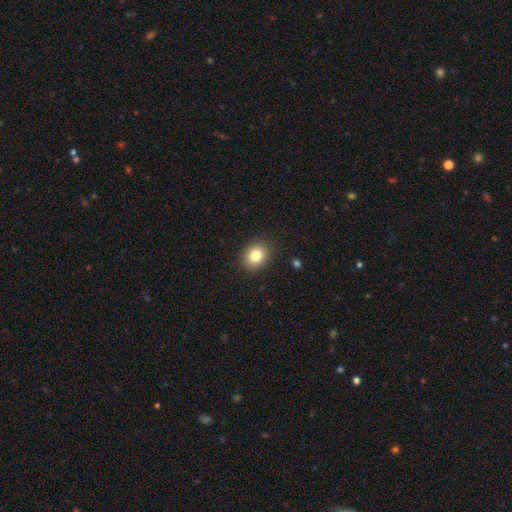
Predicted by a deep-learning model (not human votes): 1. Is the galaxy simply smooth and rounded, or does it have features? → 83% smooth, 10% star or artifact, 7% featured or disk.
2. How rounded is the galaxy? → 56% round, 44% in between, 1% cigar-shaped.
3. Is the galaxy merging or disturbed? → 88% none, 8% minor disturbance, 2% major disturbance, 1% merger.